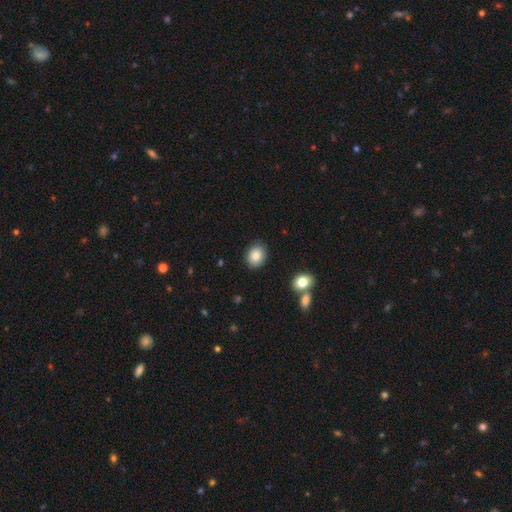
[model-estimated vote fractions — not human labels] Q: Smooth or featured?
A: smooth (86%); runner-up: star or artifact (8%)
Q: How rounded?
A: in between (60%); runner-up: round (39%)
Q: Merging?
A: none (86%); runner-up: minor disturbance (10%)